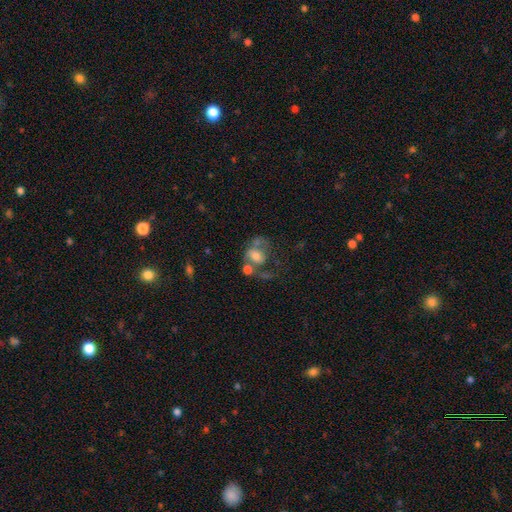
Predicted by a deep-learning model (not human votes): smooth_or_featured: smooth (p=0.46) [alt: featured or disk p=0.44]
merging: merger (p=0.38) [alt: major disturbance p=0.26]